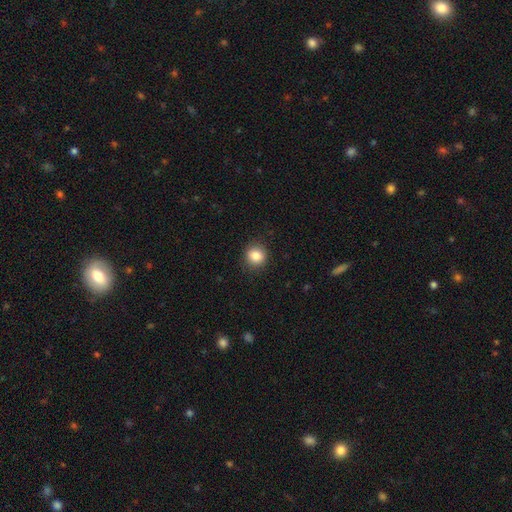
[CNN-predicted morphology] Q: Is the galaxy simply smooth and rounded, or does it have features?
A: smooth — 85%.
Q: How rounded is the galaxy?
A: round — 87%.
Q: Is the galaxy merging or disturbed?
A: none — 89%.